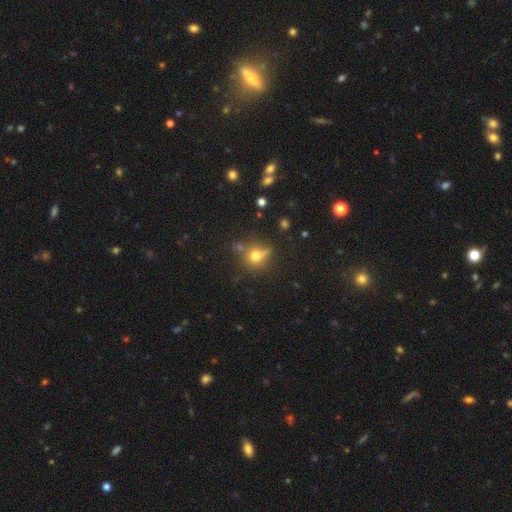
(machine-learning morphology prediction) Smooth or featured: smooth — 64% (star or artifact — 19%)
How rounded: round — 76% (in between — 21%)
Merging: none — 60% (minor disturbance — 18%)